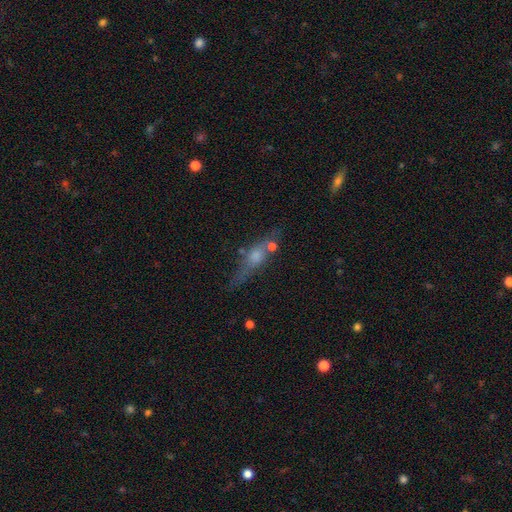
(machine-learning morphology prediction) type=featured or disk (51%); edge-on=yes (77%); merging=none (62%).